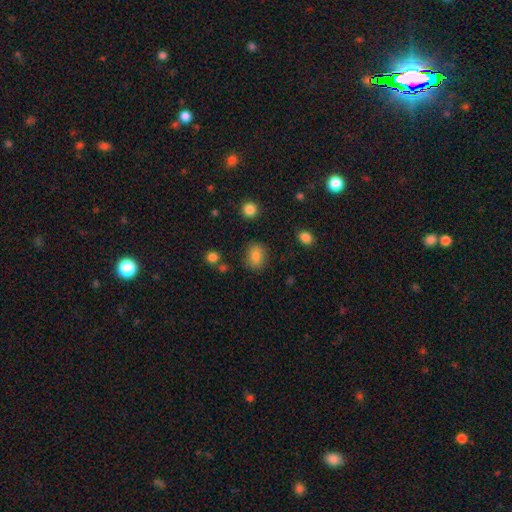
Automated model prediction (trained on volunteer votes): Smooth or featured? smooth (82%)
How rounded? in between (59%)
Merging? none (82%)